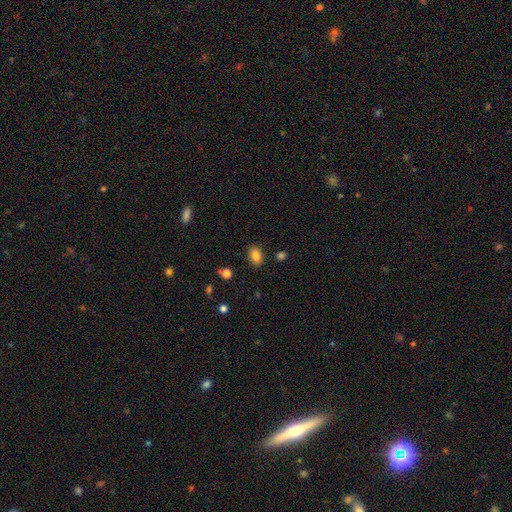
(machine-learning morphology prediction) smooth 84%, star or artifact 10%, featured or disk 6%. Down the decision tree: how rounded — in between (81%); merging — none (86%).